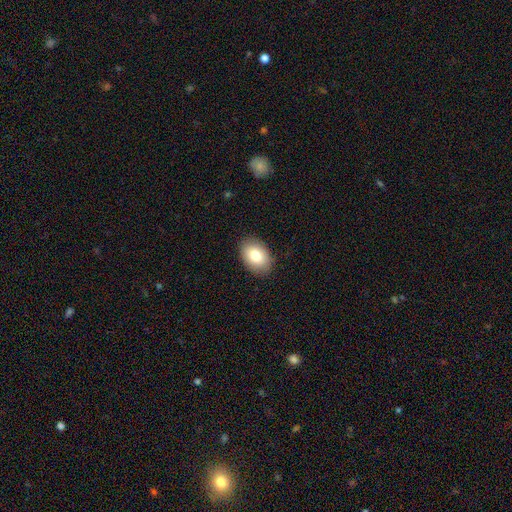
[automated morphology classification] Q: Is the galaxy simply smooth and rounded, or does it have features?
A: smooth — 80%.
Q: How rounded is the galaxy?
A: in between — 84%.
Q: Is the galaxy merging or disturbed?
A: none — 87%.